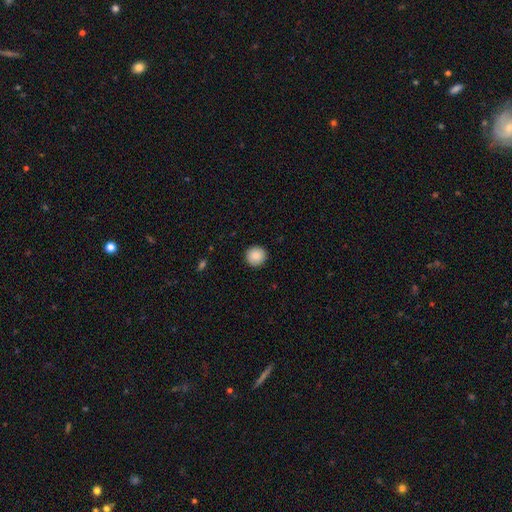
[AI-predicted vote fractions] Smooth or featured? smooth (87%)
How rounded? round (95%)
Merging? none (93%)